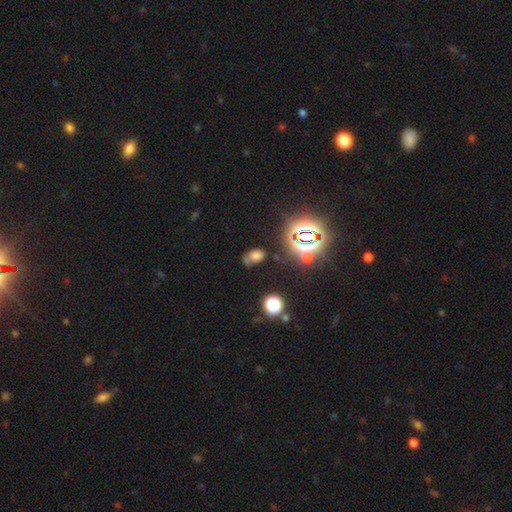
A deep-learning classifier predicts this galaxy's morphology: Overall: smooth (58%; star or artifact 27%). How rounded: in between (79%). Merging: none (46%; minor disturbance 25%).